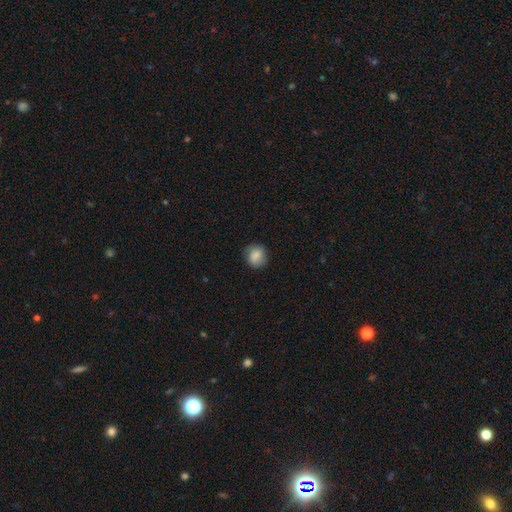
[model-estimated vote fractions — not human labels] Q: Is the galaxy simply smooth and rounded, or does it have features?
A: smooth — 82%.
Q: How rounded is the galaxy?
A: round — 72%.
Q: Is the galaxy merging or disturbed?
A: none — 77%.